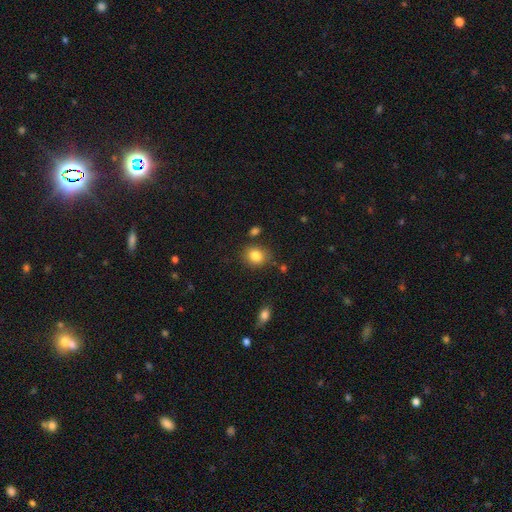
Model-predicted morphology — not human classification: Smooth or featured? Predicted: smooth (p=0.84). How rounded? Predicted: round (p=0.62). Merging? Predicted: none (p=0.79).